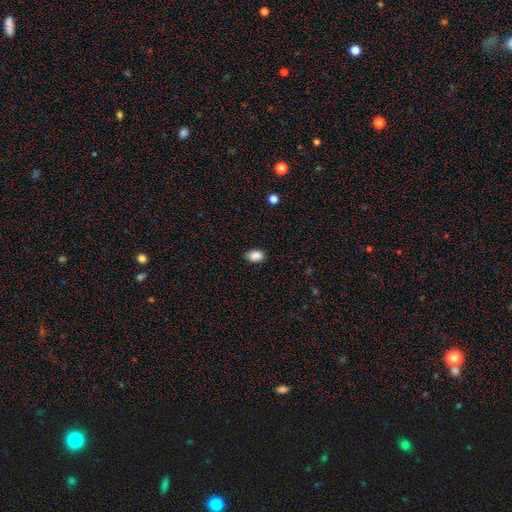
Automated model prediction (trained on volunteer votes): This appears to be a smooth galaxy with no disk features (88%) that is in between round and cigar-shaped (80%). Merging: none (78%).